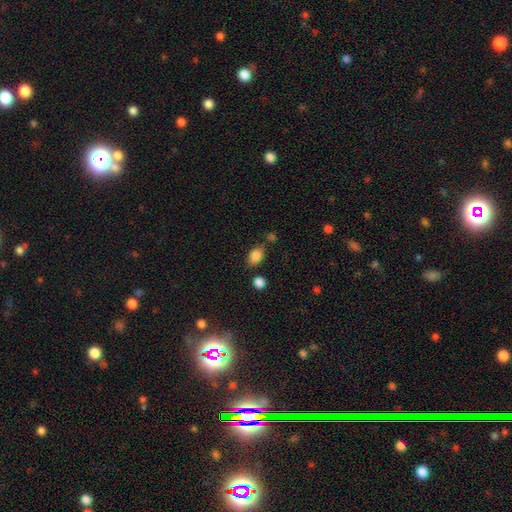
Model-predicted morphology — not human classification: smooth 84%, star or artifact 9%, featured or disk 7%. Down the decision tree: how rounded — in between (80%); merging — none (73%).